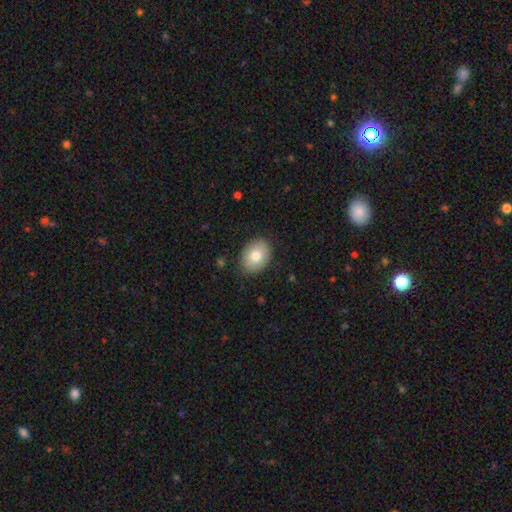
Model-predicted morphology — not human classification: Q: Smooth or featured?
A: smooth (80%); runner-up: featured or disk (12%)
Q: How rounded?
A: in between (66%); runner-up: round (33%)
Q: Merging?
A: none (86%); runner-up: minor disturbance (11%)